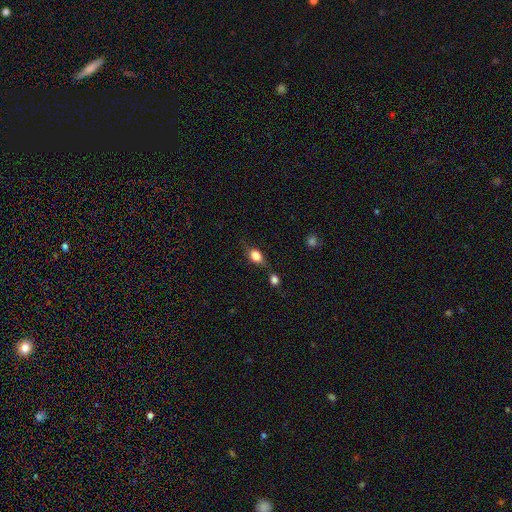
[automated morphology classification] smooth 76%, featured or disk 14%, star or artifact 10%. Down the decision tree: how rounded — in between (65%); merging — none (56%).